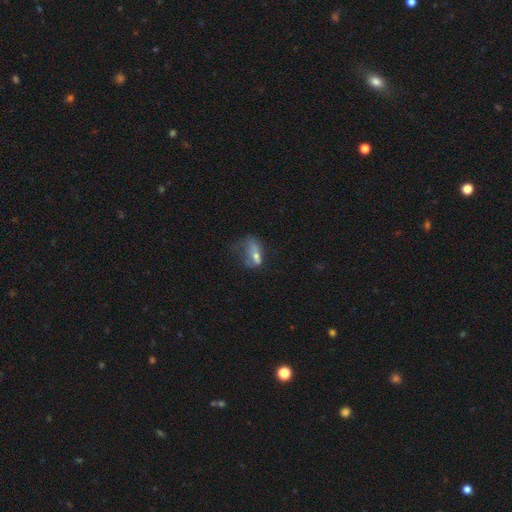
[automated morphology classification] This appears to be a smooth galaxy with no disk features (51%) that is in between round and cigar-shaped (75%). Merging: major disturbance (46%).